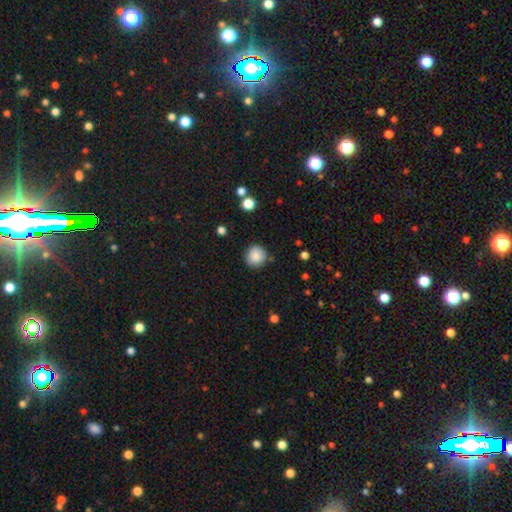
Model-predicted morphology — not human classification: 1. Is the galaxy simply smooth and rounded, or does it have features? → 86% smooth, 9% star or artifact, 5% featured or disk.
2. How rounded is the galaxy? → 92% round, 7% in between, 1% cigar-shaped.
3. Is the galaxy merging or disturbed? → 85% none, 10% minor disturbance, 3% major disturbance, 2% merger.